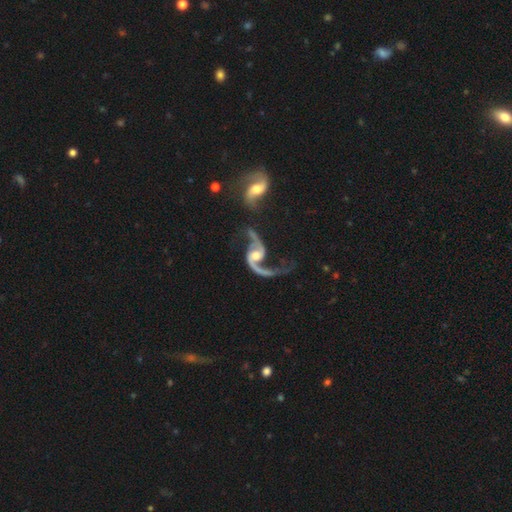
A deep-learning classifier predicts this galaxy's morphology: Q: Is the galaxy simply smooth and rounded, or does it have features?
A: featured or disk — 92%.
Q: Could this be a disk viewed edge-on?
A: no — 97%.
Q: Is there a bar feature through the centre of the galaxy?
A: no — 53%.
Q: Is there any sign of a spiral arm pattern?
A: yes — 97%.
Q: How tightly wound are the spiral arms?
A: loose — 74%.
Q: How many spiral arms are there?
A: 2 — 92%.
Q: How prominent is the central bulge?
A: moderate — 65%.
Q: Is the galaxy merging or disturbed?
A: none — 47%.